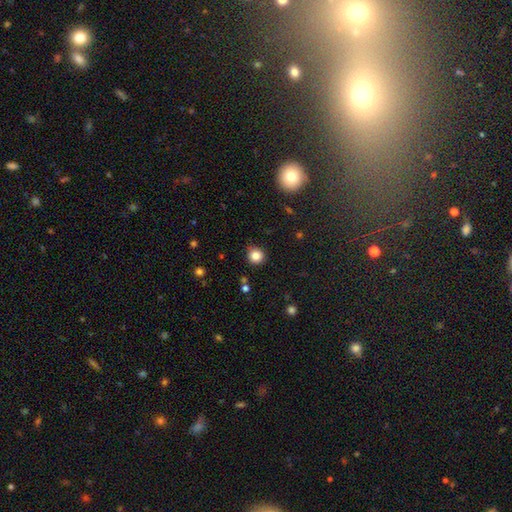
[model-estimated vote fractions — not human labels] Smooth or featured: smooth — 83% (star or artifact — 12%)
How rounded: round — 91% (in between — 8%)
Merging: none — 85% (minor disturbance — 11%)